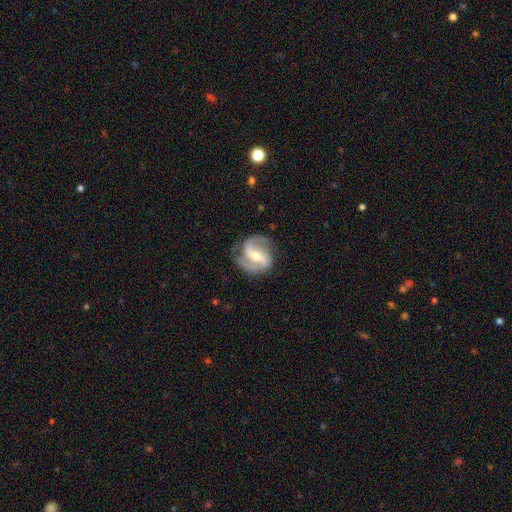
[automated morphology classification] A featured or disk galaxy (88%) with a strong bar (40%), 2 (88%) medium (52%) spiral arms (96%) and a moderate central bulge (54%).

Vote fractions:
- Smooth or featured? featured or disk: 88% / smooth: 7% / star or artifact: 5%
- Edge-on disk? no: 97% / yes: 3%
- Bar? strong: 40% / weak: 39% / no: 21%
- Spiral arms? yes: 96% / no: 4%
- Spiral winding? medium: 52% / loose: 29% / tight: 19%
- Spiral arm count? 2: 88% / 3: 4% / can't tell: 3% / 1: 2% / 4: 1% / more than 4: 1%
- Bulge size? moderate: 54% / small: 42% / large: 2% / none: 1% / dominant: 1%
- Merging? none: 78% / minor disturbance: 15% / major disturbance: 6% / merger: 1%